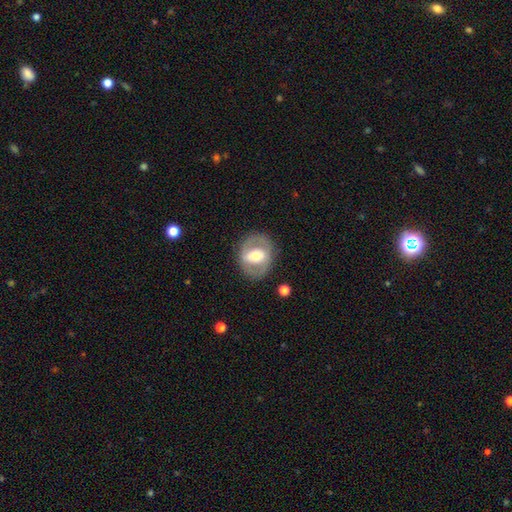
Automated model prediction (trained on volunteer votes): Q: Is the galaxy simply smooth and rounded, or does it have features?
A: featured or disk — 60%.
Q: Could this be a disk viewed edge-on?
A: no — 94%.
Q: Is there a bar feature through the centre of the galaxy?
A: strong — 36%, tied with weak.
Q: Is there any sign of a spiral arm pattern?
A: no — 58%.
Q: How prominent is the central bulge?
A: moderate — 66%.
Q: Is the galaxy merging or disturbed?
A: none — 80%.